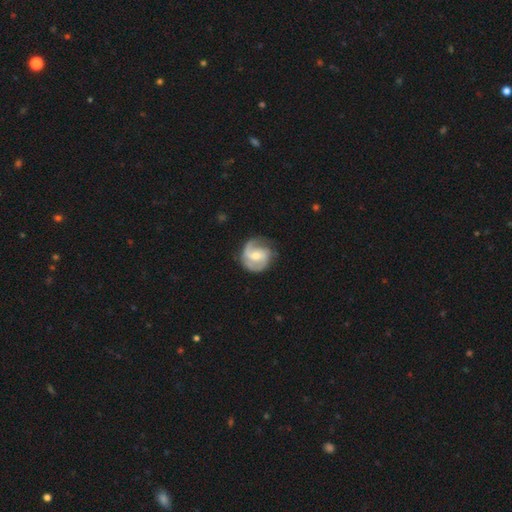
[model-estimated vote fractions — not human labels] This appears to be a featured or disk galaxy (82%) with a weak bar (46%), 2 (70%) medium (47%) spiral arms (95%) and a moderate central bulge (51%). Merging: none (70%).